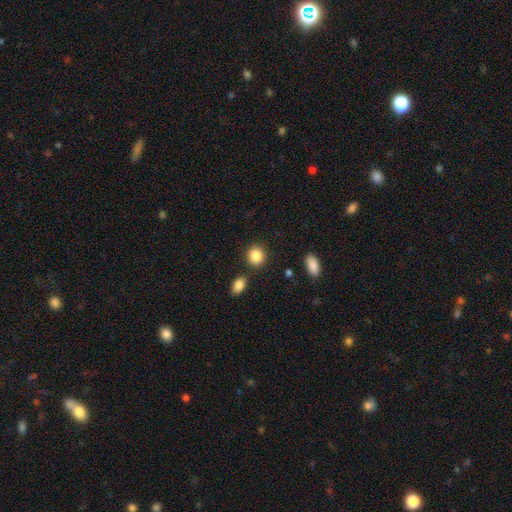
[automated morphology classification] This appears to be a smooth galaxy with no disk features (88%) that is round (77%). Merging: none (83%).